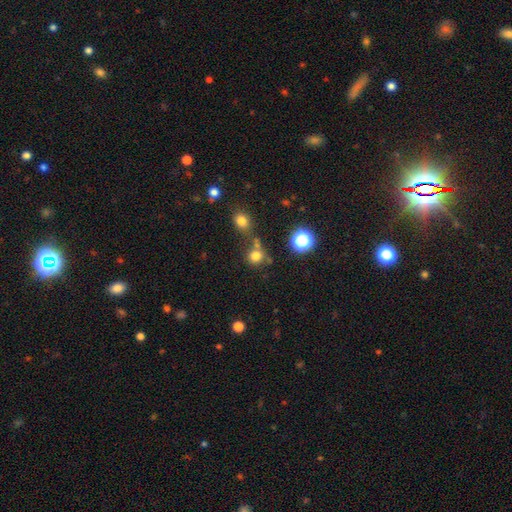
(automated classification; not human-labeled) Overall: smooth (75%). How rounded: round (86%). Merging: none (64%).